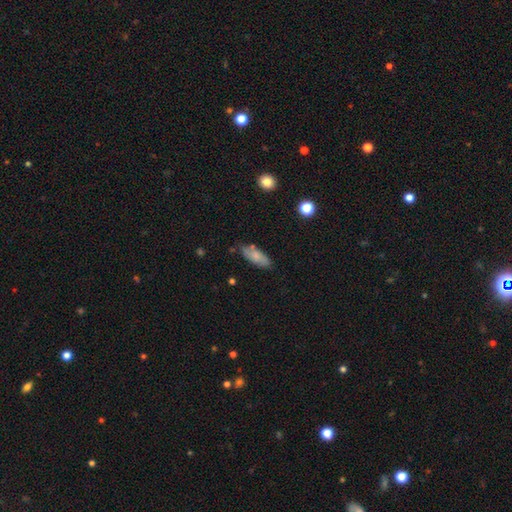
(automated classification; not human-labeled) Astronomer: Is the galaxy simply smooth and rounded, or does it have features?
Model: smooth — 76%.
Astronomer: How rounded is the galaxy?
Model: in between — 77%.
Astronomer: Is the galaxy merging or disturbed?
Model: none — 71%.